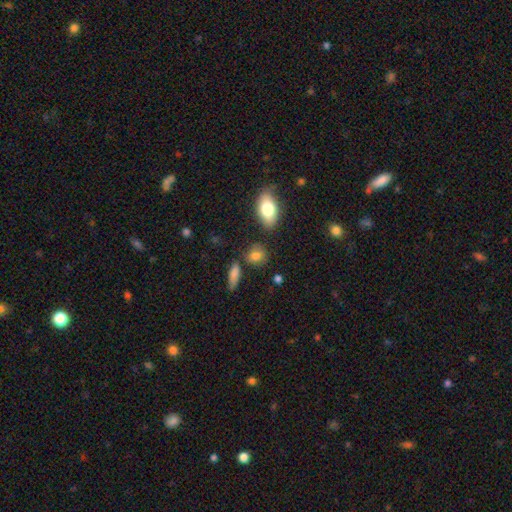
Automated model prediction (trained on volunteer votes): This appears to be a smooth galaxy with no disk features (82%) that is round (54%). Merging: none (75%).